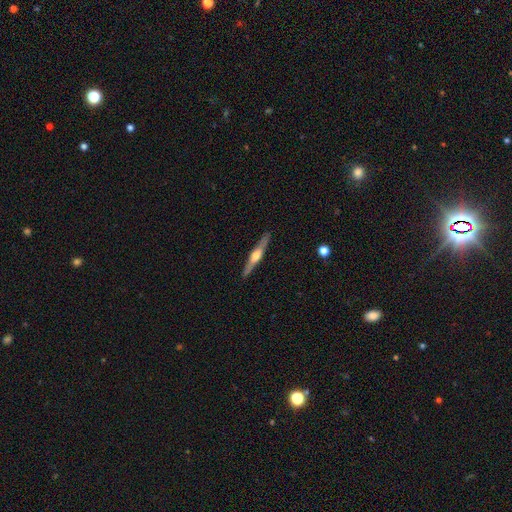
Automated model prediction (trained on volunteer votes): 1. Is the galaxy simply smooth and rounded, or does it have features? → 67% featured or disk, 28% smooth, 5% star or artifact.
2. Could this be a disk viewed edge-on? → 96% yes, 4% no.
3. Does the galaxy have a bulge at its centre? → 87% rounded, 7% boxy, 6% none.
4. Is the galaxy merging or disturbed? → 90% none, 8% minor disturbance, 2% major disturbance, 1% merger.